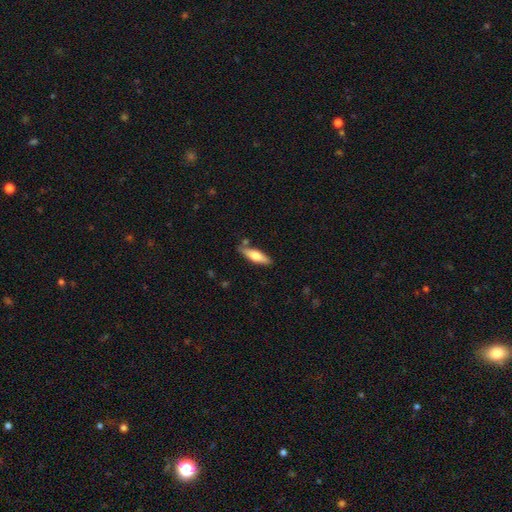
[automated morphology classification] smooth 58%, featured or disk 36%, star or artifact 6%. Down the decision tree: how rounded — cigar-shaped (56%); merging — none (78%).